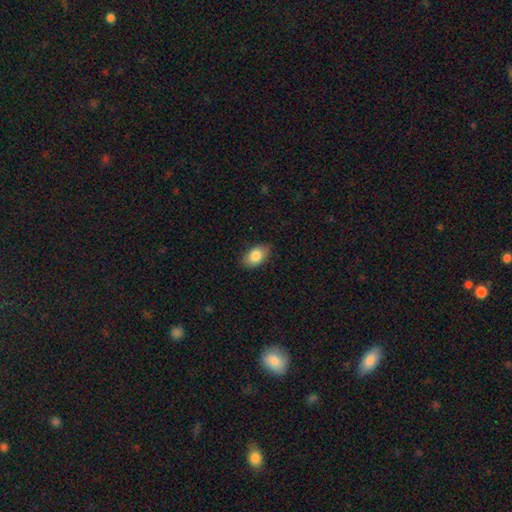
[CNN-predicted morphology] Smooth or featured? Predicted: smooth (p=0.85). How rounded? Predicted: in between (p=0.89). Merging? Predicted: none (p=0.80).